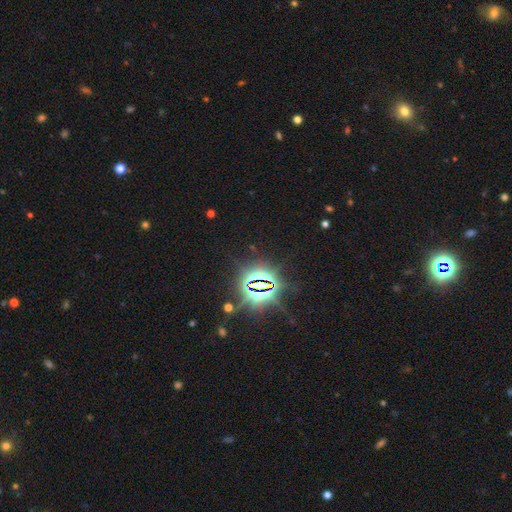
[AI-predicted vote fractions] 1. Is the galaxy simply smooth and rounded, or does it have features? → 86% star or artifact, 8% smooth, 6% featured or disk.